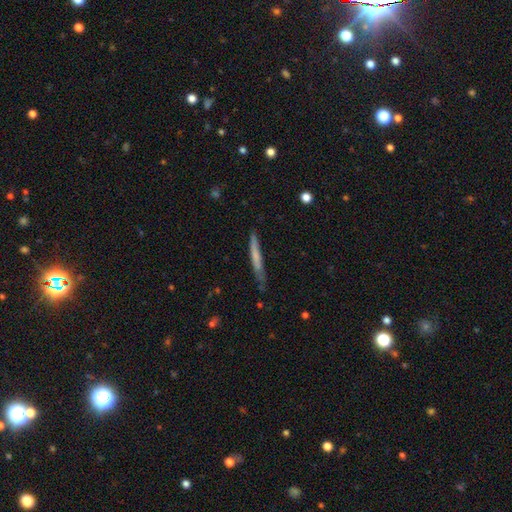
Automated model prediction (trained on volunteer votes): A smooth galaxy with no disk features (60%) that is cigar-shaped (96%).

Vote fractions:
- Smooth or featured? smooth: 60% / featured or disk: 33% / star or artifact: 6%
- How rounded? cigar-shaped: 96% / in between: 3% / round: 1%
- Merging? none: 73% / minor disturbance: 21% / major disturbance: 4% / merger: 2%